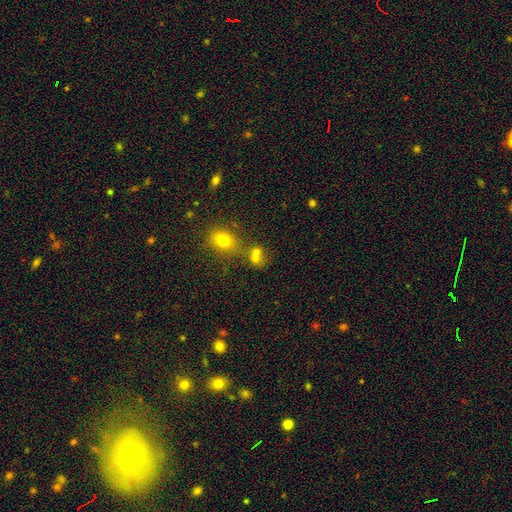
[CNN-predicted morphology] Smooth or featured? smooth (68%)
How rounded? round (67%)
Merging? merger (48%)